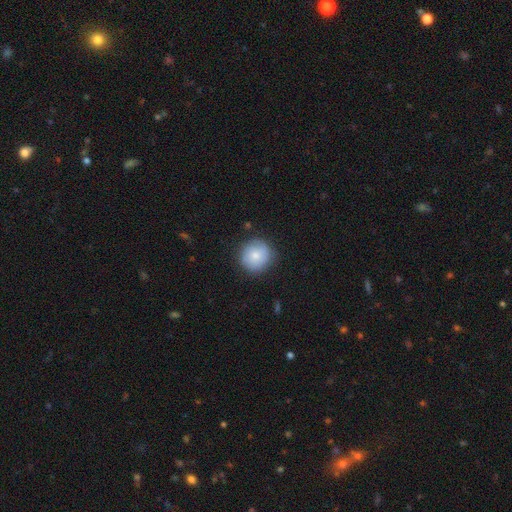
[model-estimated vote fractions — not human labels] Smooth or featured?
  - smooth: 78% *
  - featured or disk: 15%
  - star or artifact: 7%
How rounded?
  - round: 93% *
  - in between: 6%
  - cigar-shaped: 1%
Merging?
  - none: 83% *
  - minor disturbance: 13%
  - major disturbance: 3%
  - merger: 1%